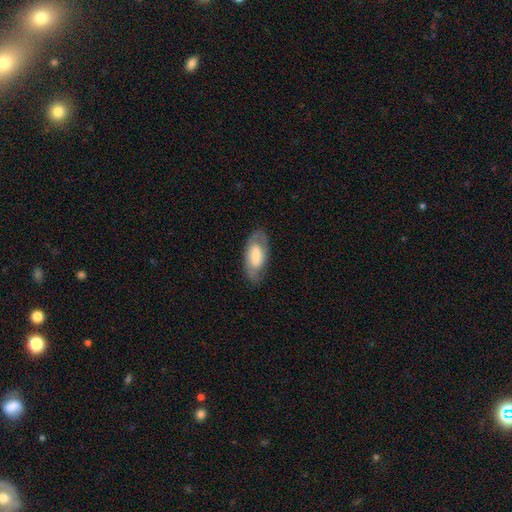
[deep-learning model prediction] Overall: smooth (54%; featured or disk 40%). How rounded: in between (90%). Merging: none (75%).